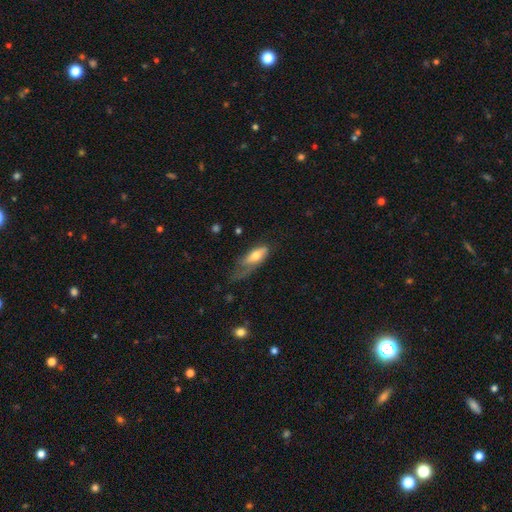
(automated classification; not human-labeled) The model was most divided on "merging": major disturbance: 37%, minor disturbance: 33%, none: 27%, merger: 3%. More confident: how rounded — in between (72%); smooth or featured — smooth (66%).